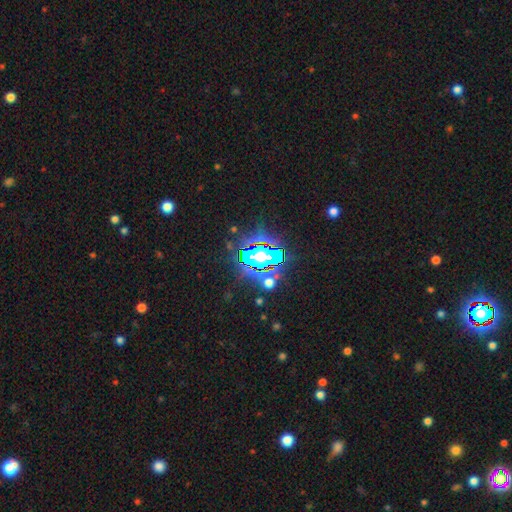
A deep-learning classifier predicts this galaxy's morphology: This is likely a star or artifact rather than a galaxy (76%).